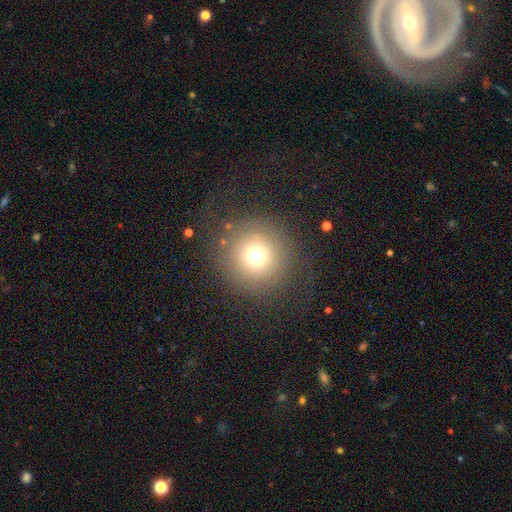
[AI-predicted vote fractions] A smooth galaxy with no disk features (71%) that is round (96%). Merging: none (85%).